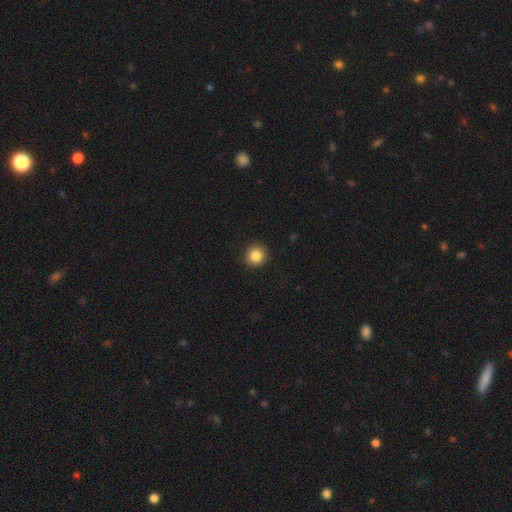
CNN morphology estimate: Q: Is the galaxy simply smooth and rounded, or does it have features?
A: smooth — 86%.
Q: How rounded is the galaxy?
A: round — 94%.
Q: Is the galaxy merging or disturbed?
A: none — 92%.